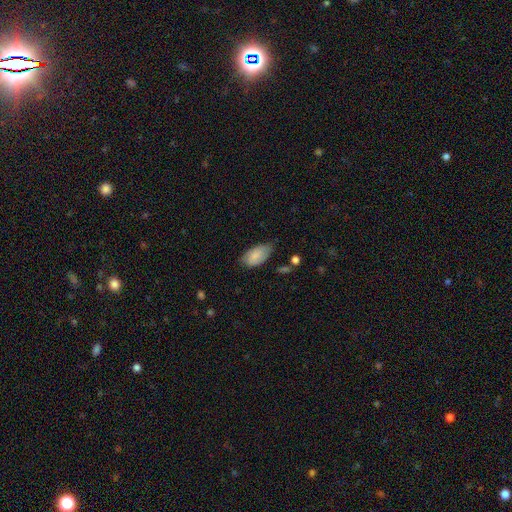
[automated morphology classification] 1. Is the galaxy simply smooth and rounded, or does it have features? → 78% smooth, 16% featured or disk, 6% star or artifact.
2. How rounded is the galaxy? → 94% in between, 3% round, 3% cigar-shaped.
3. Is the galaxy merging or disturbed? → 60% none, 32% minor disturbance, 6% major disturbance, 2% merger.